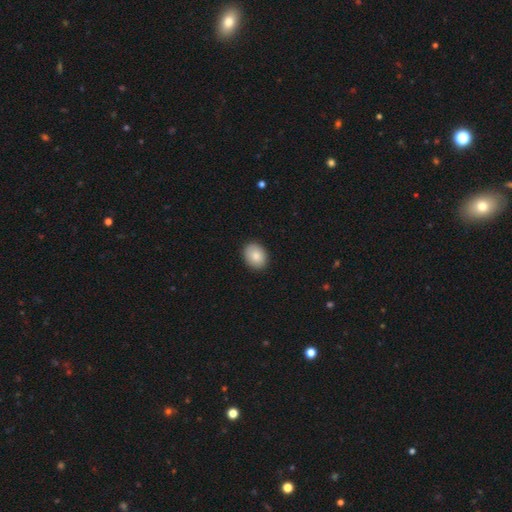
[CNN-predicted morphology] This is clearly a smooth galaxy (87%). How rounded: likely in between (64%). Merging: clearly none (90%).